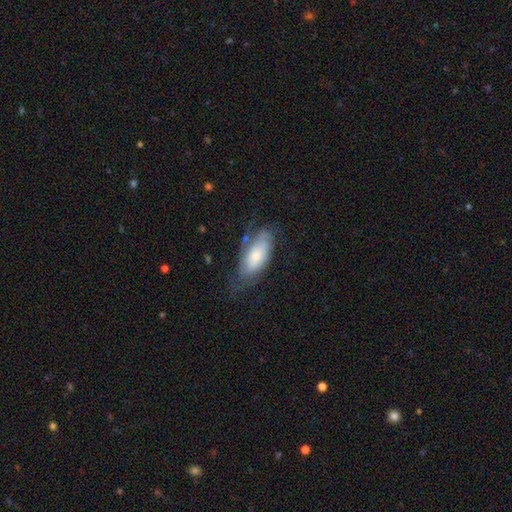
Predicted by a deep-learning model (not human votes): Smooth or featured? Predicted: smooth (p=0.49). Merging? Predicted: none (p=0.57).